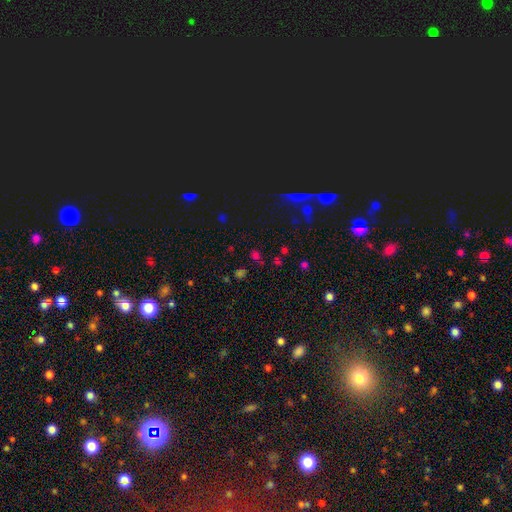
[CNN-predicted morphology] Smooth or featured? star or artifact (48%)